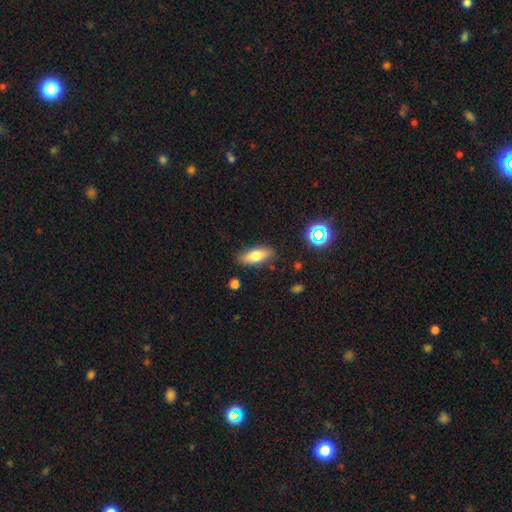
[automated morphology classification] smooth 73%, featured or disk 18%, star or artifact 9%. Down the decision tree: how rounded — in between (79%); merging — none (84%).